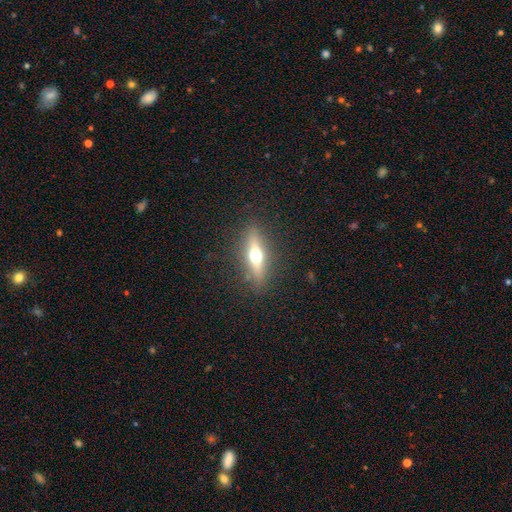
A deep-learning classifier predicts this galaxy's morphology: type=featured or disk (57%); edge-on=yes (91%); edge-on bulge=rounded (95%); merging=none (87%).